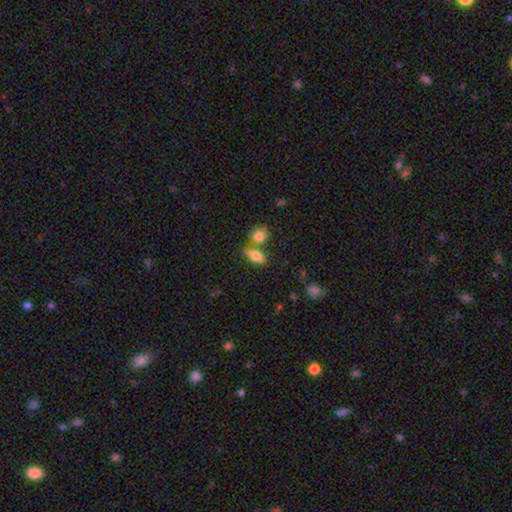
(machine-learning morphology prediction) Smooth or featured? Predicted: smooth (p=0.73). How rounded? Predicted: in between (p=0.76). Merging? Predicted: none (p=0.57).